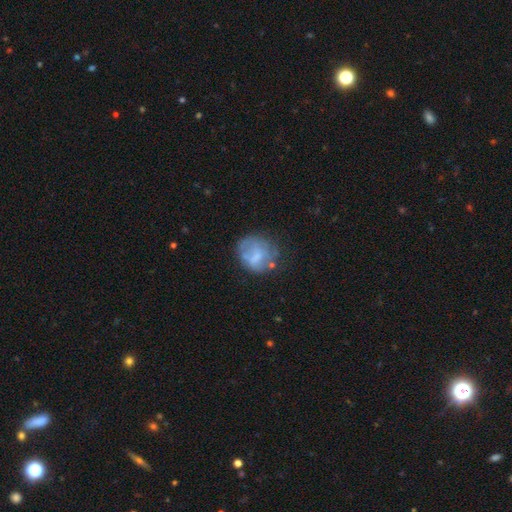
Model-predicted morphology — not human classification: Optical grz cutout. It shows a smooth galaxy with no disk features (51%) that is round (67%). Merging: none (48%).